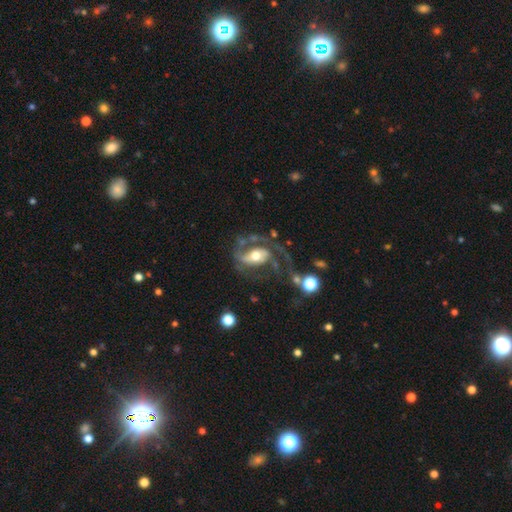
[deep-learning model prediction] This appears to be a featured or disk galaxy (82%) with no bar (39%), 2 (66%) medium (48%) spiral arms (92%) and a moderate central bulge (65%). Merging: none (39%).